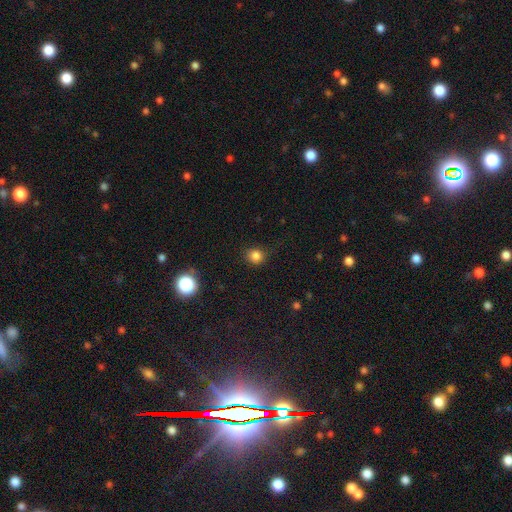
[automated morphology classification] Q: Smooth or featured?
A: smooth (82%); runner-up: star or artifact (13%)
Q: How rounded?
A: round (85%); runner-up: in between (14%)
Q: Merging?
A: none (83%); runner-up: minor disturbance (12%)